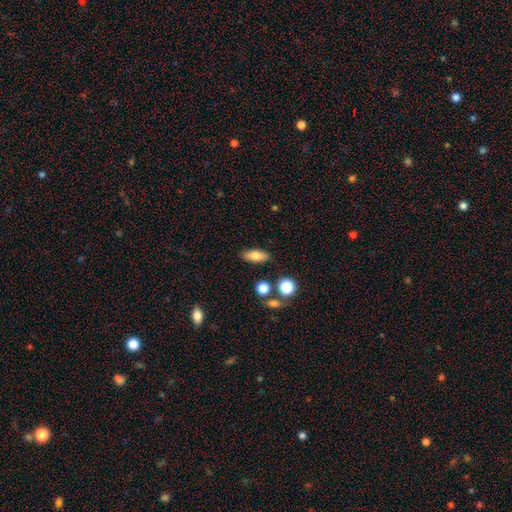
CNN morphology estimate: Smooth or featured?
  - smooth: 75% *
  - featured or disk: 16%
  - star or artifact: 9%
How rounded?
  - in between: 73% *
  - cigar-shaped: 22%
  - round: 5%
Merging?
  - none: 85% *
  - minor disturbance: 9%
  - merger: 4%
  - major disturbance: 3%